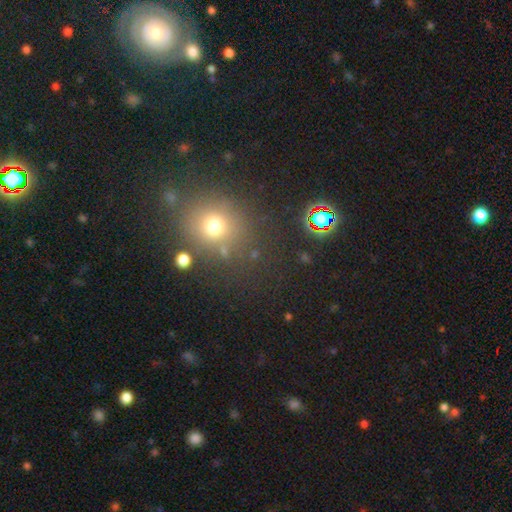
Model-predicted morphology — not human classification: A smooth galaxy with no disk features (56%) that is round (83%).

Vote fractions:
- Smooth or featured? smooth: 56% / star or artifact: 35% / featured or disk: 9%
- How rounded? round: 83% / in between: 16% / cigar-shaped: 1%
- Merging? none: 80% / minor disturbance: 10% / merger: 6% / major disturbance: 4%